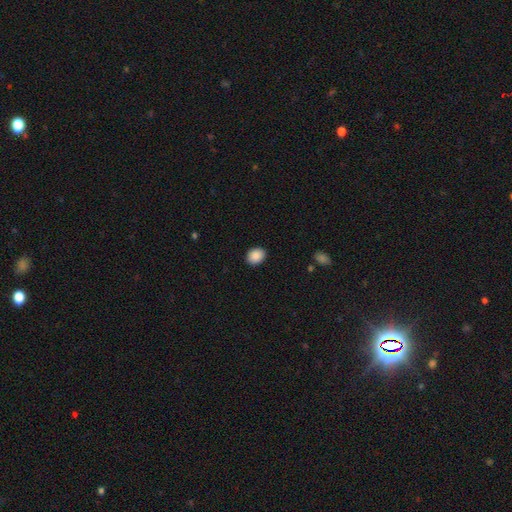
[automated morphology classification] The model was most divided on "how rounded": in between: 56%, round: 43%, cigar-shaped: 1%. More confident: merging — none (90%); smooth or featured — smooth (89%).